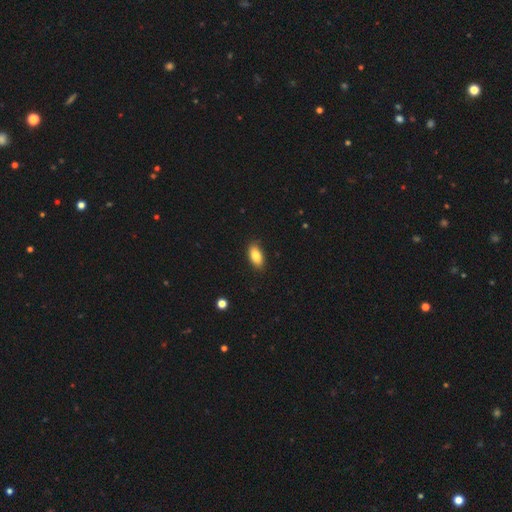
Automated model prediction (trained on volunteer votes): smooth-or-featured: smooth: 84% | featured or disk: 9% | star or artifact: 7%
  how-rounded: in between: 90% | cigar-shaped: 6% | round: 4%
  merging: none: 84% | minor disturbance: 13% | major disturbance: 2% | merger: 1%